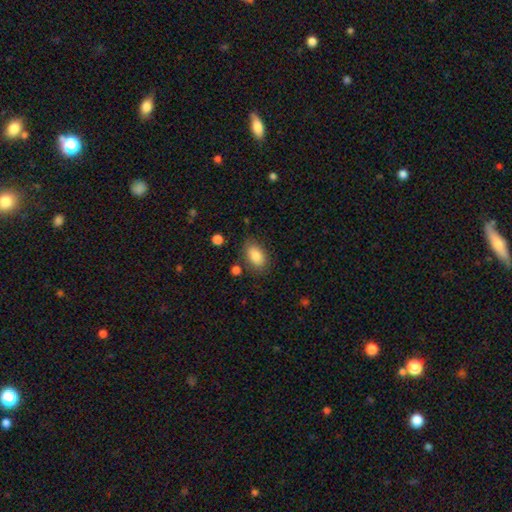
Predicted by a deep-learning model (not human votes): smooth-or-featured: smooth: 86% | featured or disk: 7% | star or artifact: 7%
  how-rounded: in between: 91% | round: 6% | cigar-shaped: 2%
  merging: none: 78% | minor disturbance: 14% | major disturbance: 4% | merger: 3%